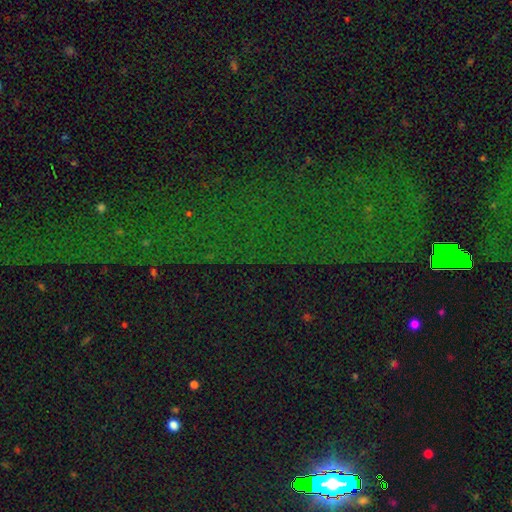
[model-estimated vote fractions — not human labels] Smooth or featured?
  - star or artifact: 81% *
  - smooth: 9%
  - featured or disk: 9%